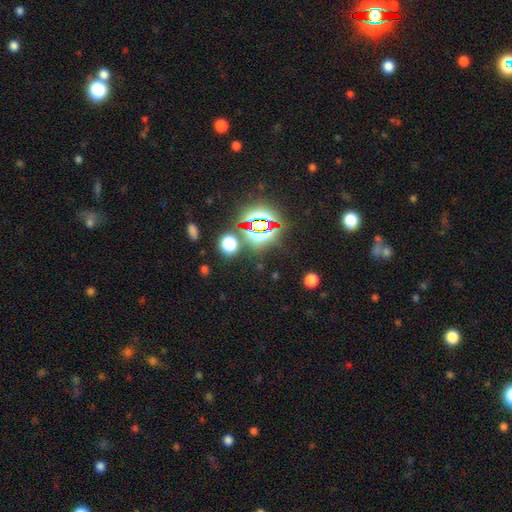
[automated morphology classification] This is likely a star or artifact rather than a galaxy (78%).